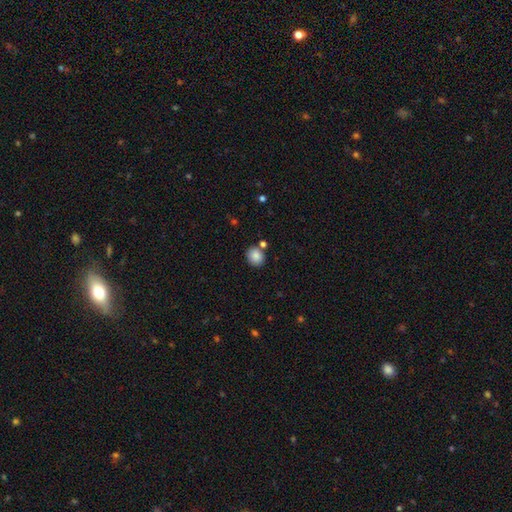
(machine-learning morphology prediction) type=smooth (86%); roundness=round (73%); merging=none (78%).